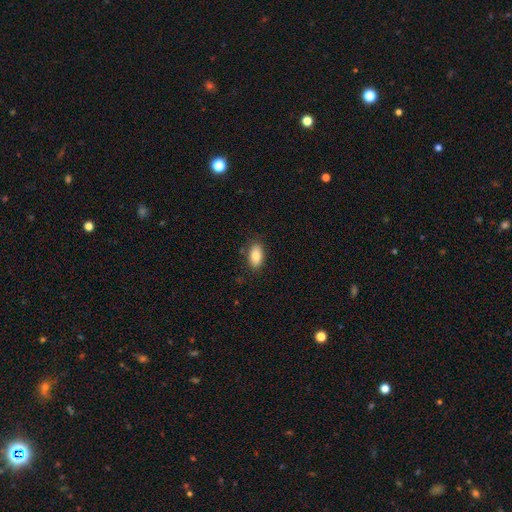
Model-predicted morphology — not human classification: Smooth or featured: smooth — 85% (star or artifact — 7%)
How rounded: in between — 92% (round — 5%)
Merging: none — 83% (minor disturbance — 12%)